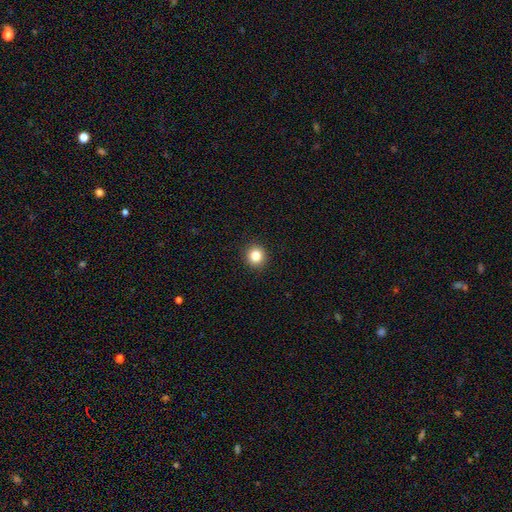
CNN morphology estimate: smooth_or_featured: smooth (p=0.84) [alt: star or artifact p=0.11]
how_rounded: round (p=0.90) [alt: in between p=0.09]
merging: none (p=0.92) [alt: minor disturbance p=0.05]